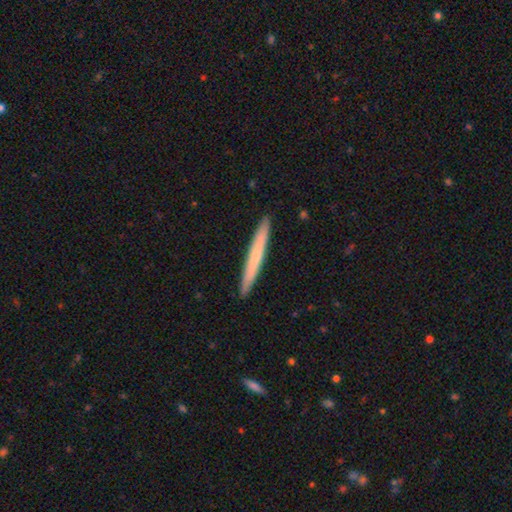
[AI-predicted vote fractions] This appears to be a smooth galaxy with no disk features (58%) that is cigar-shaped (97%). Merging: none (93%).